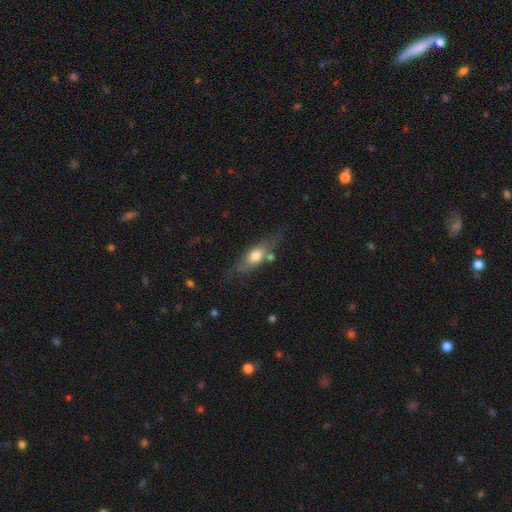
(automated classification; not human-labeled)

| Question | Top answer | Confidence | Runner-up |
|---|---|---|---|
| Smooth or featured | smooth | 51% | featured or disk (43%) |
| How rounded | in between | 60% | cigar-shaped (35%) |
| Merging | none | 60% | minor disturbance (23%) |